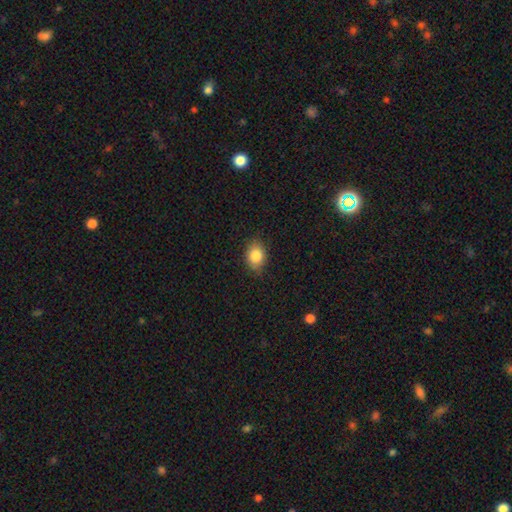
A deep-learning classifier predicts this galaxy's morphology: Smooth or featured?
  - smooth: 84% *
  - star or artifact: 9%
  - featured or disk: 7%
How rounded?
  - in between: 67% *
  - round: 32%
  - cigar-shaped: 1%
Merging?
  - none: 85% *
  - minor disturbance: 12%
  - major disturbance: 2%
  - merger: 1%